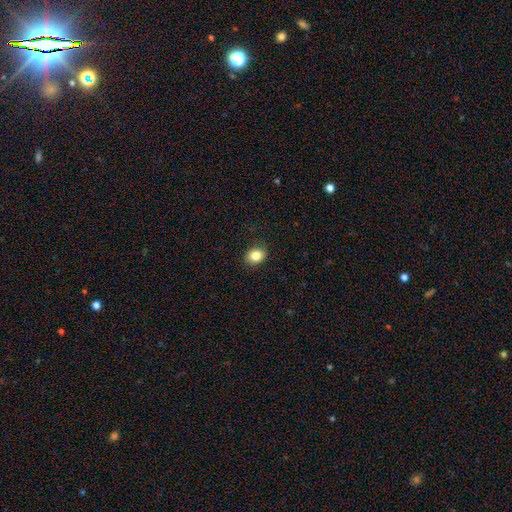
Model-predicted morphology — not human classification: Smooth or featured? smooth (83%)
How rounded? round (55%)
Merging? none (87%)